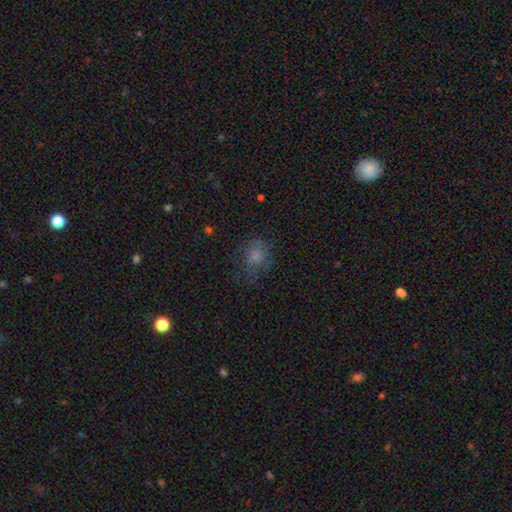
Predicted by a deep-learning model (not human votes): Smooth or featured? Predicted: smooth (p=0.69). How rounded? Predicted: round (p=0.69). Merging? Predicted: none (p=0.58).